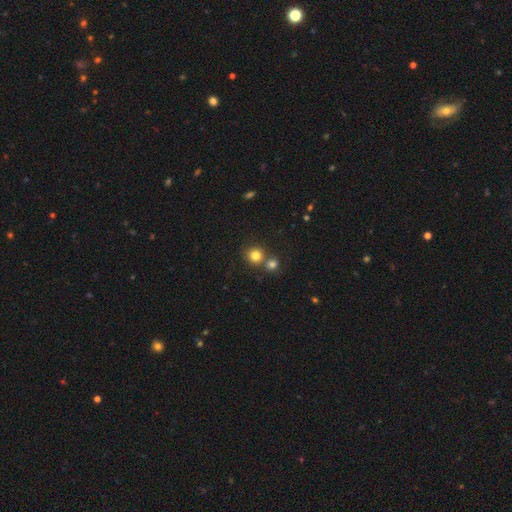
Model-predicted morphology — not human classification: Smooth or featured? Predicted: smooth (p=0.80). How rounded? Predicted: round (p=0.90). Merging? Predicted: none (p=0.64).